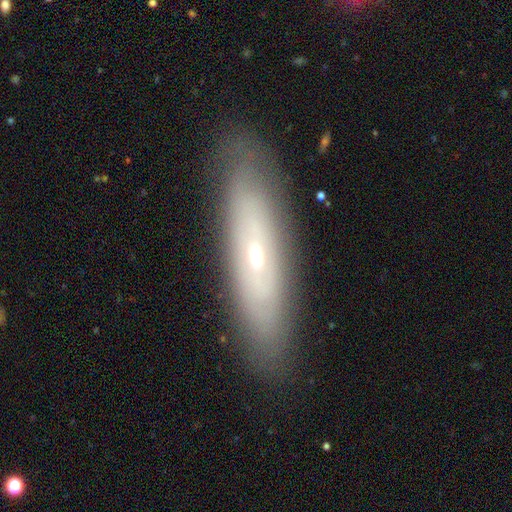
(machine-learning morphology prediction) This is likely a featured or disk galaxy (60%). It is likely not viewed edge-on (61%). Merging: clearly none (85%).